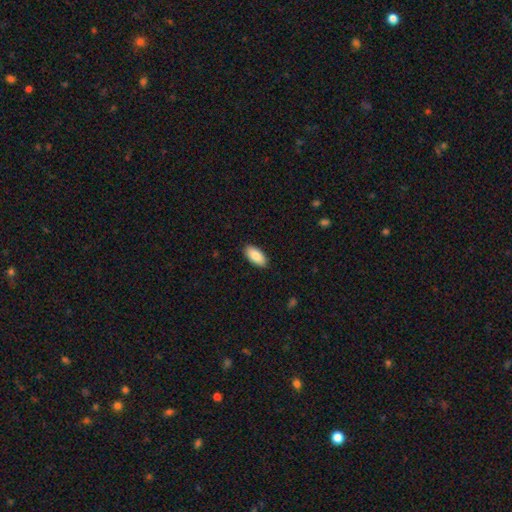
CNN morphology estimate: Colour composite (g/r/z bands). It shows a smooth galaxy with no disk features (88%) that is in between round and cigar-shaped (93%). Merging: none (89%).